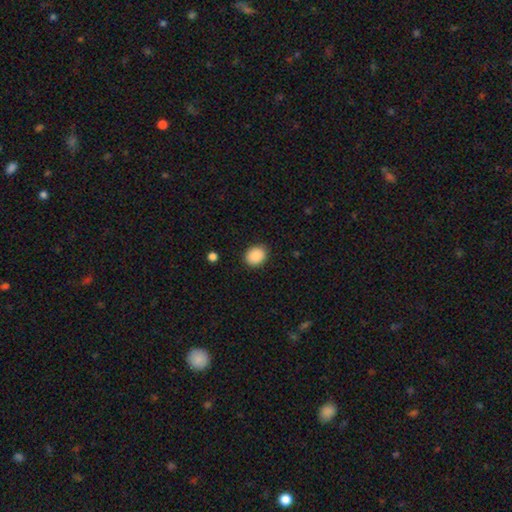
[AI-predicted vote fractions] Overall: smooth (89%). How rounded: round (57%; in between 42%). Merging: none (88%).